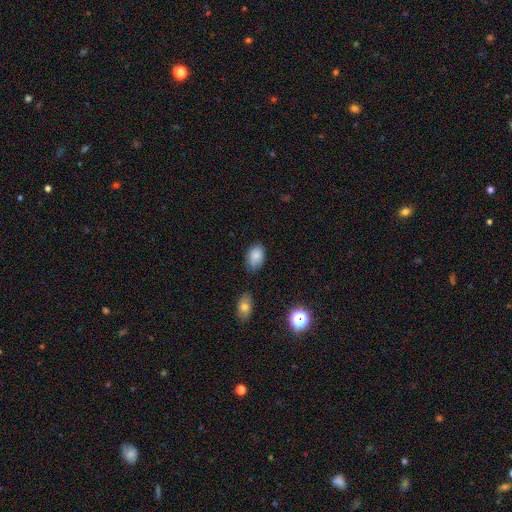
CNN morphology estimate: smooth-or-featured: smooth: 84% | star or artifact: 10% | featured or disk: 6%
  how-rounded: in between: 82% | round: 17% | cigar-shaped: 1%
  merging: none: 60% | minor disturbance: 31% | major disturbance: 6% | merger: 3%